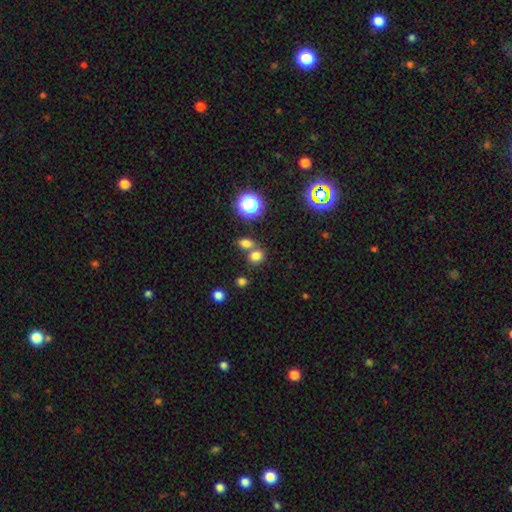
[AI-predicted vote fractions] smooth 74%, star or artifact 19%, featured or disk 7%. Down the decision tree: how rounded — round (56%); merging — none (51%).